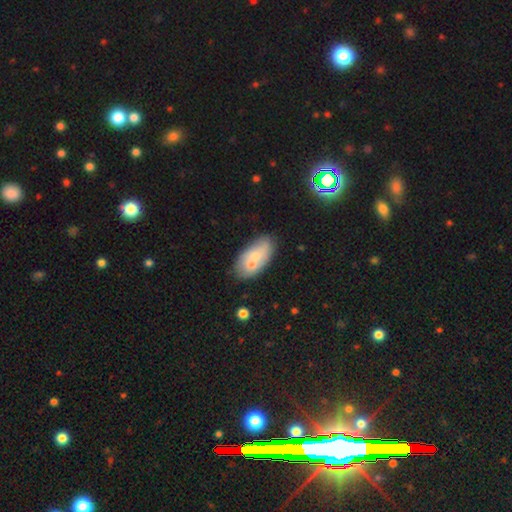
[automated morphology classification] Smooth or featured? smooth (65%)
How rounded? in between (92%)
Merging? none (49%)